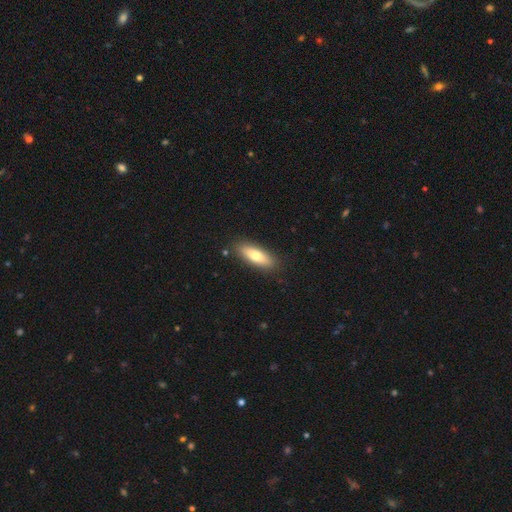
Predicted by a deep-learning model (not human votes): Smooth or featured: smooth — 71% (featured or disk — 23%)
How rounded: in between — 61% (cigar-shaped — 36%)
Merging: none — 87% (minor disturbance — 10%)